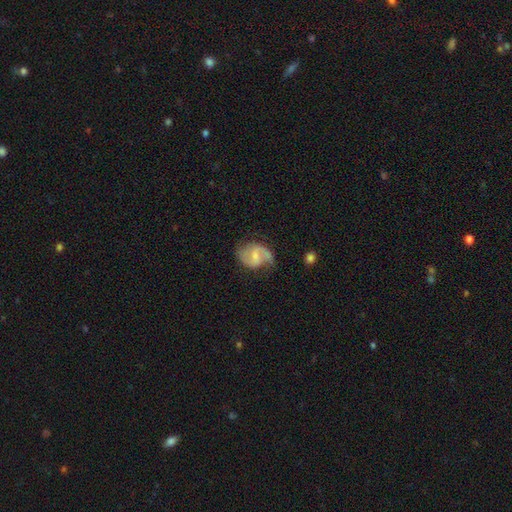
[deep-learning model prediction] featured or disk 79%, smooth 15%, star or artifact 6%. Down the decision tree: edge-on disk — no (98%); bar — weak (57%); spiral arms — yes (94%); spiral arm count — 2 (84%); spiral winding — medium (49%); bulge size — small (45%); merging — none (64%).